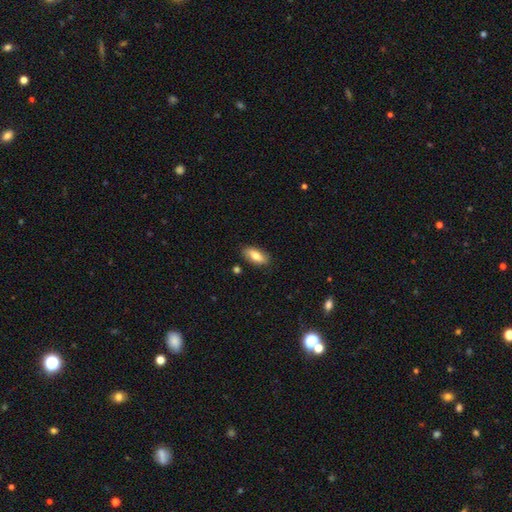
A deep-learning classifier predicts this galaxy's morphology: Smooth or featured? smooth (73%)
How rounded? in between (85%)
Merging? none (83%)